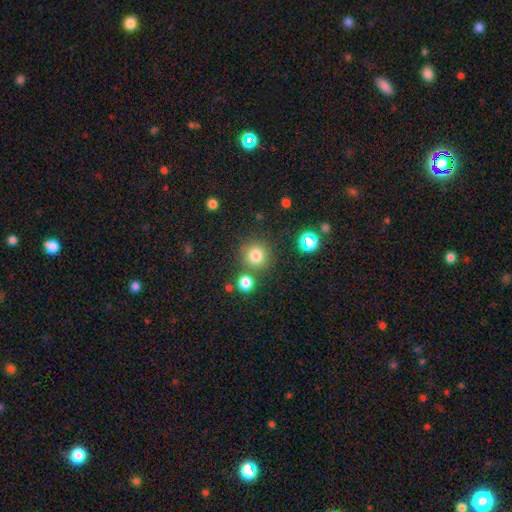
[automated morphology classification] Smooth or featured?
  - smooth: 78% *
  - star or artifact: 15%
  - featured or disk: 7%
How rounded?
  - round: 93% *
  - in between: 6%
  - cigar-shaped: 1%
Merging?
  - none: 77% *
  - merger: 11%
  - minor disturbance: 9%
  - major disturbance: 4%